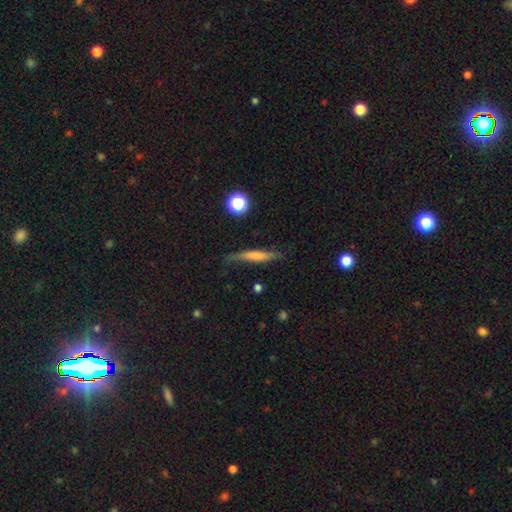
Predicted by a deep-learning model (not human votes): smooth-or-featured: smooth: 58% | featured or disk: 34% | star or artifact: 8%
  how-rounded: cigar-shaped: 87% | in between: 10% | round: 3%
  merging: none: 66% | minor disturbance: 24% | major disturbance: 7% | merger: 3%